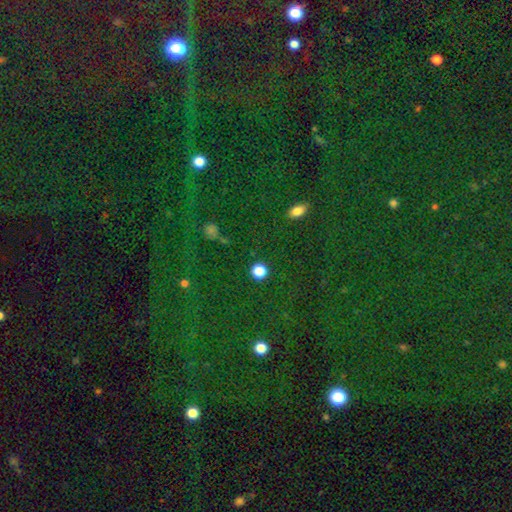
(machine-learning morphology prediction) Overall: star or artifact (79%).